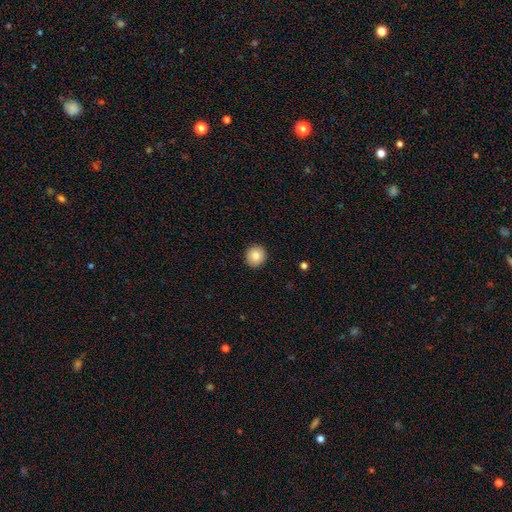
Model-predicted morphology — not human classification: Smooth or featured?
  - smooth: 84% *
  - star or artifact: 8%
  - featured or disk: 8%
How rounded?
  - round: 93% *
  - in between: 6%
  - cigar-shaped: 1%
Merging?
  - none: 92% *
  - minor disturbance: 5%
  - major disturbance: 2%
  - merger: 1%